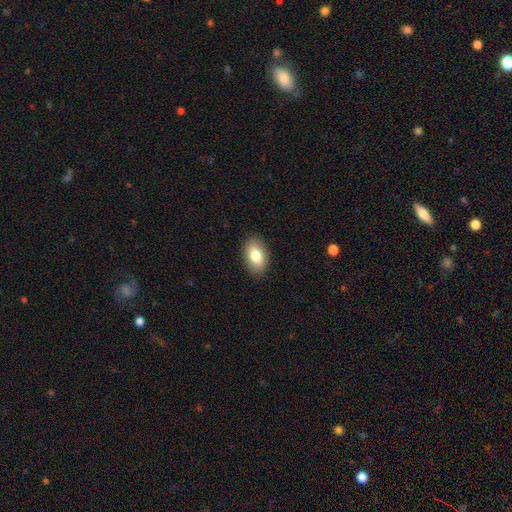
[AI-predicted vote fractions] A smooth galaxy with no disk features (81%) that is in between round and cigar-shaped (91%).

Vote fractions:
- Smooth or featured? smooth: 81% / featured or disk: 12% / star or artifact: 7%
- How rounded? in between: 91% / round: 7% / cigar-shaped: 2%
- Merging? none: 88% / minor disturbance: 9% / major disturbance: 2% / merger: 1%